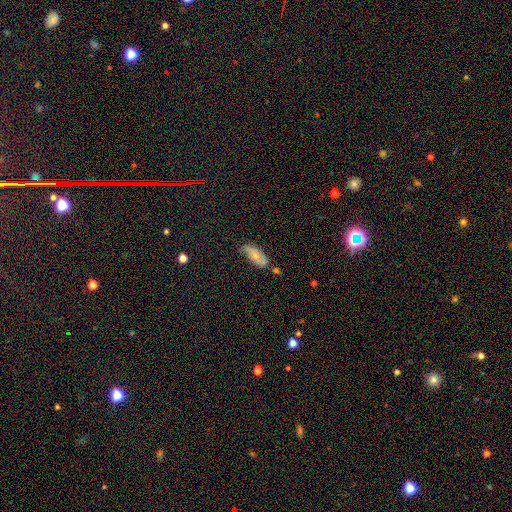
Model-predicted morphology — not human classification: smooth 58%, featured or disk 34%, star or artifact 8%. Down the decision tree: how rounded — in between (87%); merging — none (51%).